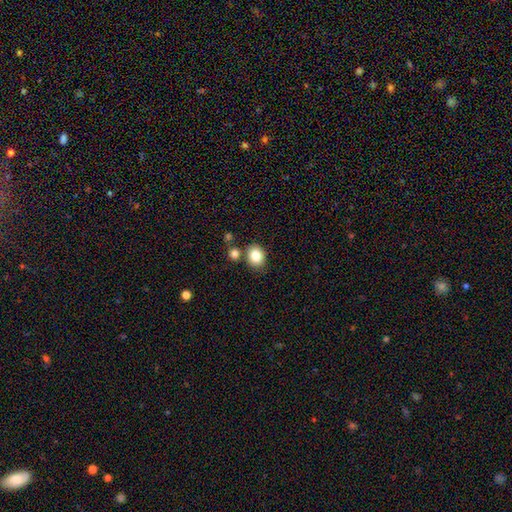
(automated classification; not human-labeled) Morphology: type=smooth (85%); roundness=round (57%); merging=none (77%).